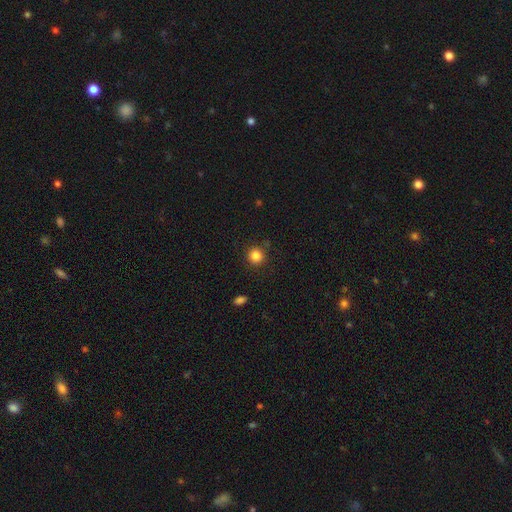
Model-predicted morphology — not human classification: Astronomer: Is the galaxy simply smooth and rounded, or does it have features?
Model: smooth — 84%.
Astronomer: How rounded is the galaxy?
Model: round — 93%.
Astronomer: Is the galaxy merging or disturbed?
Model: none — 88%.